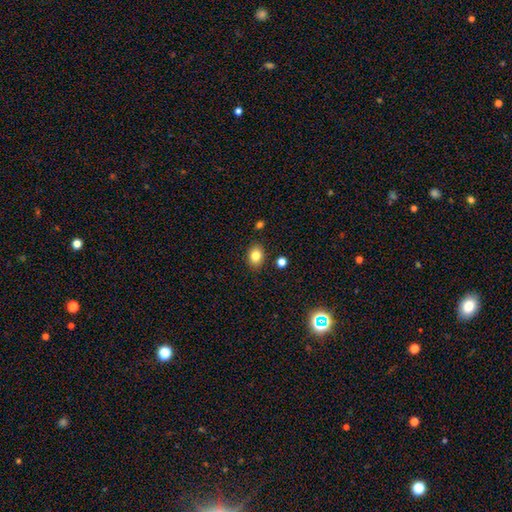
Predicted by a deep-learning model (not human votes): smooth_or_featured: smooth (p=0.83) [alt: star or artifact p=0.10]
how_rounded: in between (p=0.59) [alt: round p=0.40]
merging: none (p=0.87) [alt: minor disturbance p=0.09]